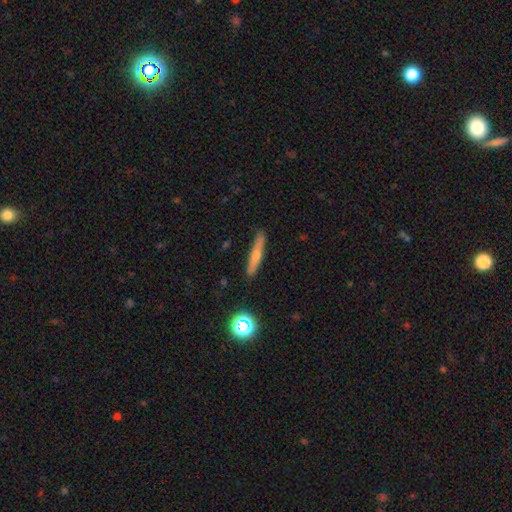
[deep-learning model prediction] Overall: featured or disk (55%; smooth 34%). Edge-on disk: yes (92%). Edge-on bulge: rounded (83%). Merging: none (88%).